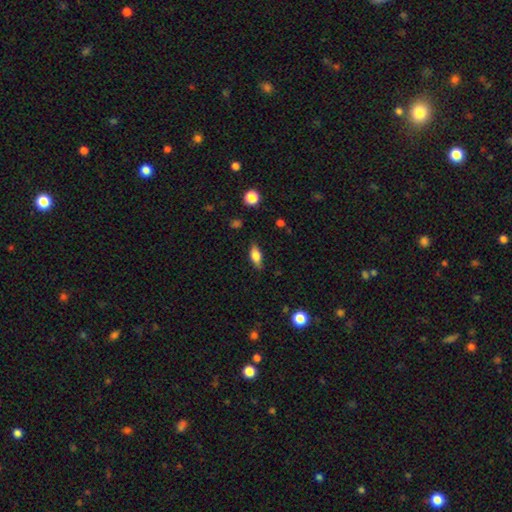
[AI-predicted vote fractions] A smooth galaxy with no disk features (71%) that is in between round and cigar-shaped (78%). Merging: none (83%).